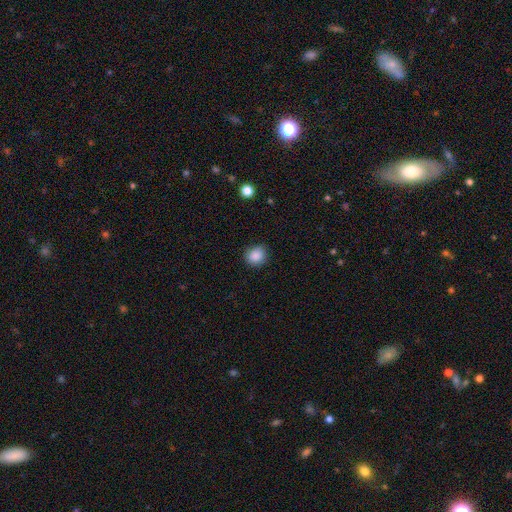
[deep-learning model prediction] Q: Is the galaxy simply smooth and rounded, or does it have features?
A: smooth — 87%.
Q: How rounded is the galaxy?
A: round — 81%.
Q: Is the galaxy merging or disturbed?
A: none — 82%.